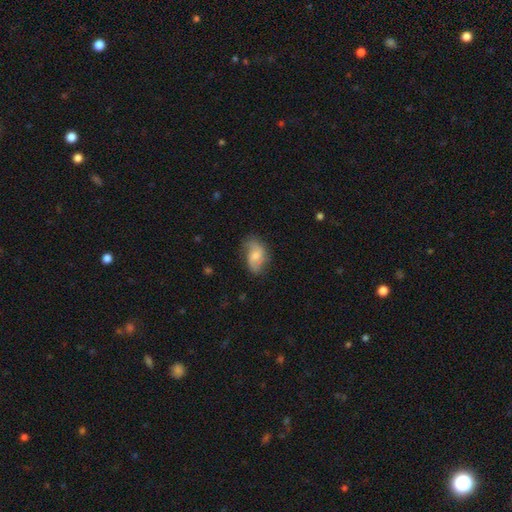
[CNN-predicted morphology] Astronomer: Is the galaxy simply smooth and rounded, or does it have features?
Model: smooth — 48% (runner-up: featured or disk, 44%).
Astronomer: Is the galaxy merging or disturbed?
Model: none — 58%.